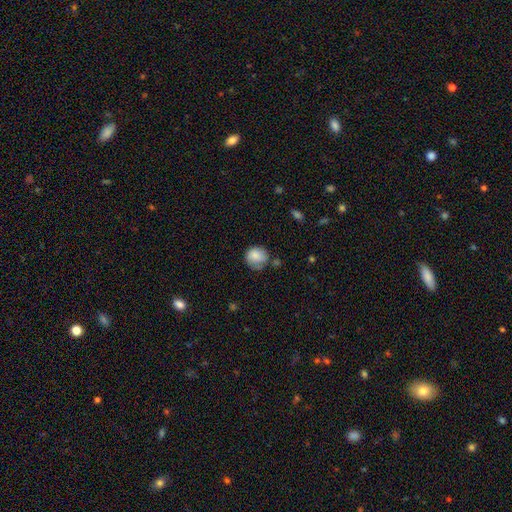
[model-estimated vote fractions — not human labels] A smooth galaxy with no disk features (81%) that is round (80%). Merging: none (56%).